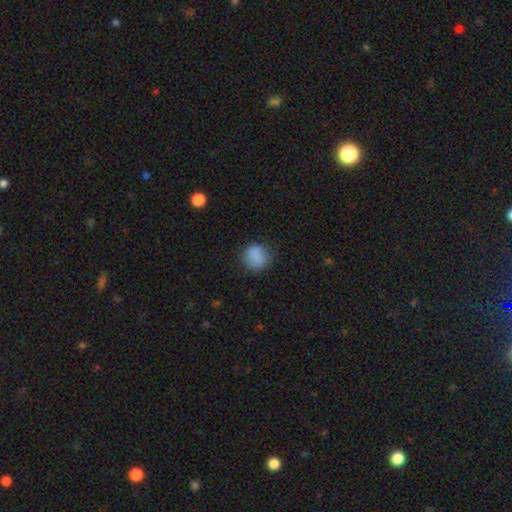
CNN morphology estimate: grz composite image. It shows a smooth galaxy with no disk features (84%) that is round (83%). Merging: none (78%).